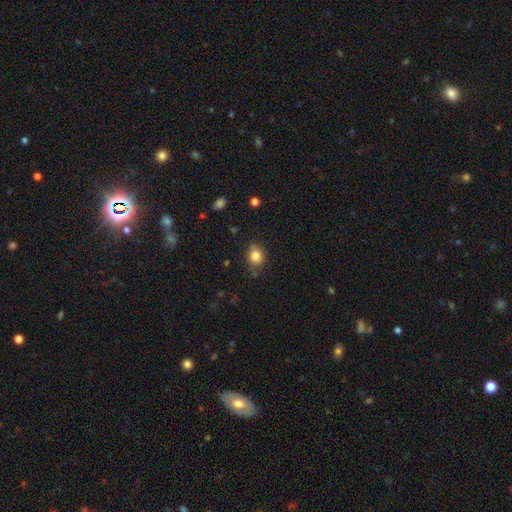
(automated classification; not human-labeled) Q: Smooth or featured?
A: smooth (83%); runner-up: star or artifact (11%)
Q: How rounded?
A: round (61%); runner-up: in between (38%)
Q: Merging?
A: none (81%); runner-up: minor disturbance (14%)